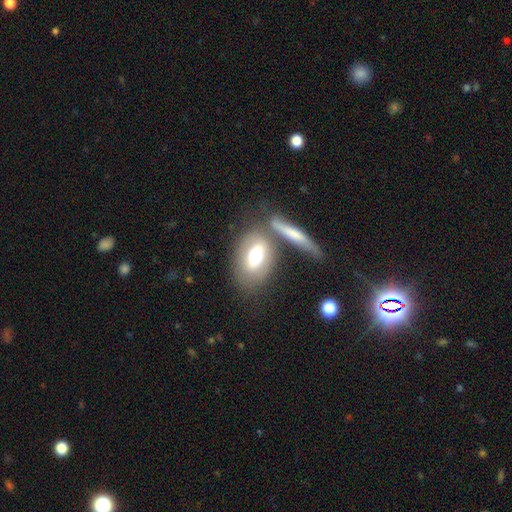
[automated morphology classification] Q: Smooth or featured?
A: smooth (61%); runner-up: featured or disk (32%)
Q: How rounded?
A: in between (79%); runner-up: round (16%)
Q: Merging?
A: none (52%); runner-up: merger (27%)